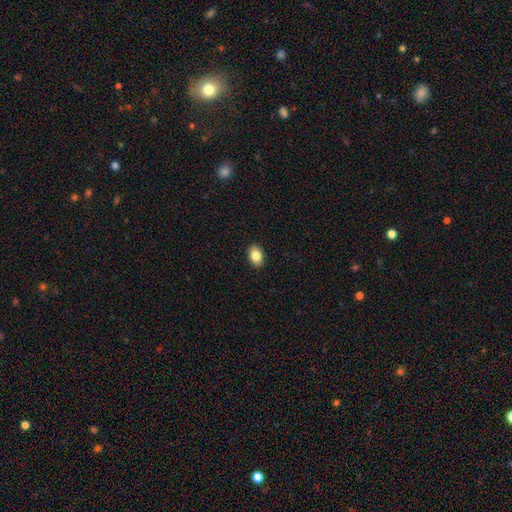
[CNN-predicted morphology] Smooth or featured? smooth (83%)
How rounded? in between (82%)
Merging? none (91%)